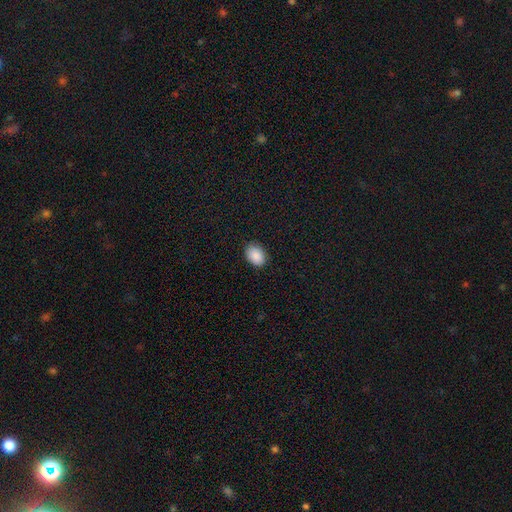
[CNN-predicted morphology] Smooth or featured? smooth (89%)
How rounded? in between (80%)
Merging? none (87%)